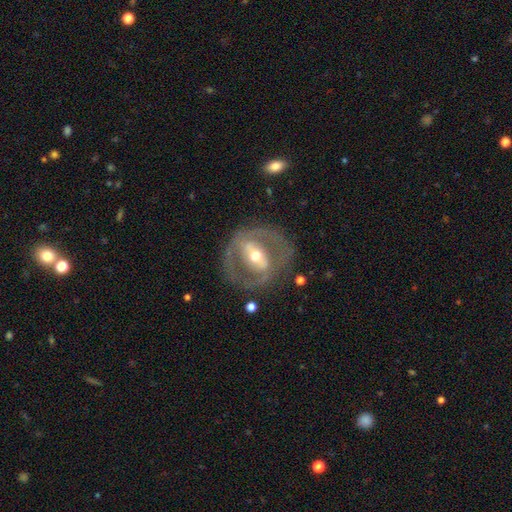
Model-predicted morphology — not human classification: A featured or disk galaxy (81%) with a strong bar (57%), spiral arms (54%) and a moderate central bulge (60%).

Vote fractions:
- Smooth or featured? featured or disk: 81% / smooth: 13% / star or artifact: 6%
- Edge-on disk? no: 92% / yes: 8%
- Bar? strong: 57% / weak: 27% / no: 16%
- Spiral arms? yes: 54% / no: 46%
- Bulge size? moderate: 60% / small: 33% / large: 5% / dominant: 1% / none: 1%
- Merging? none: 74% / minor disturbance: 13% / major disturbance: 11% / merger: 2%